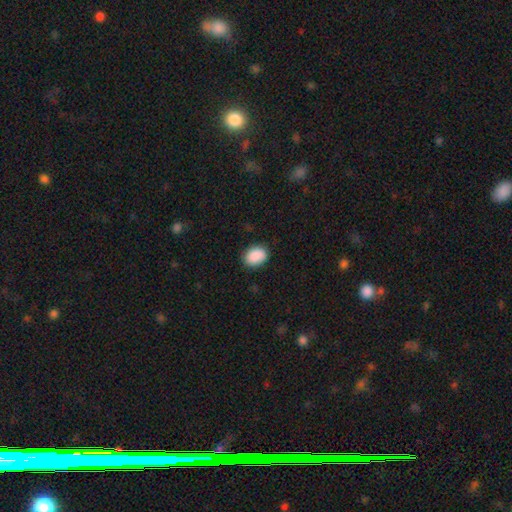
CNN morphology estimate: Smooth or featured? smooth (90%)
How rounded? in between (69%)
Merging? none (85%)